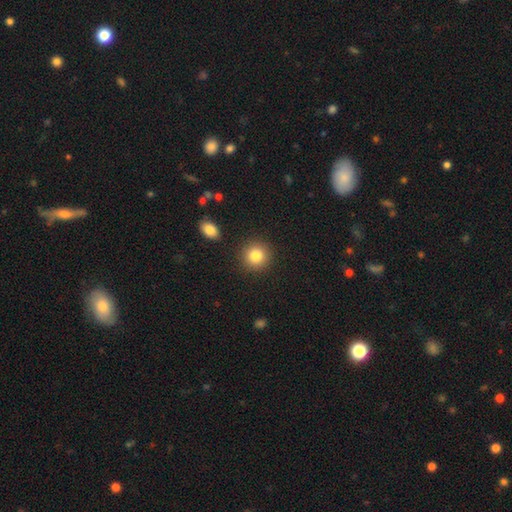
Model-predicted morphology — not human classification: Smooth or featured? Predicted: smooth (p=0.83). How rounded? Predicted: round (p=0.92). Merging? Predicted: none (p=0.89).